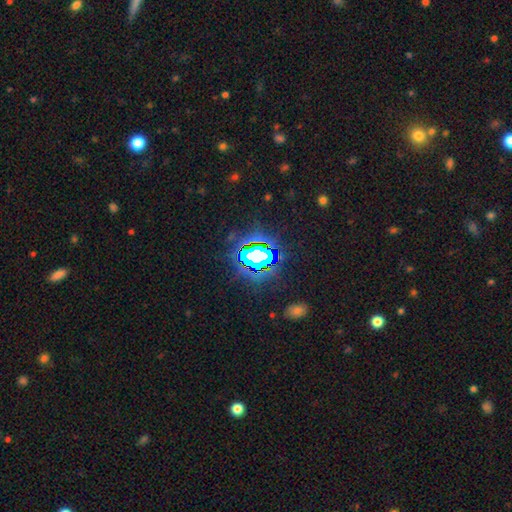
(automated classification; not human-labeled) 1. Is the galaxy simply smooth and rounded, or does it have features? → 73% star or artifact, 15% smooth, 12% featured or disk.